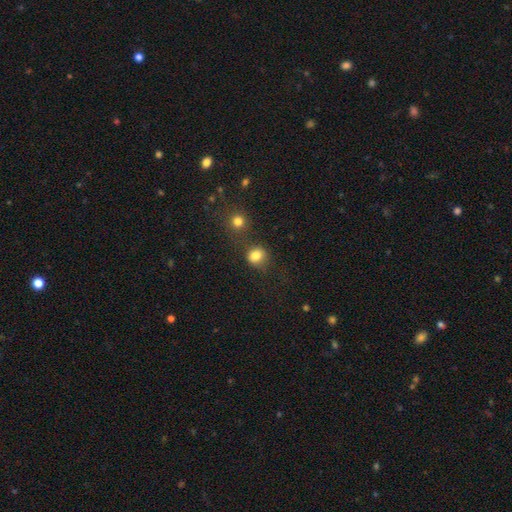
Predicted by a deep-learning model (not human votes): Smooth or featured?
  - smooth: 82% *
  - star or artifact: 12%
  - featured or disk: 6%
How rounded?
  - round: 74% *
  - in between: 25%
  - cigar-shaped: 1%
Merging?
  - none: 64% *
  - minor disturbance: 16%
  - merger: 13%
  - major disturbance: 7%